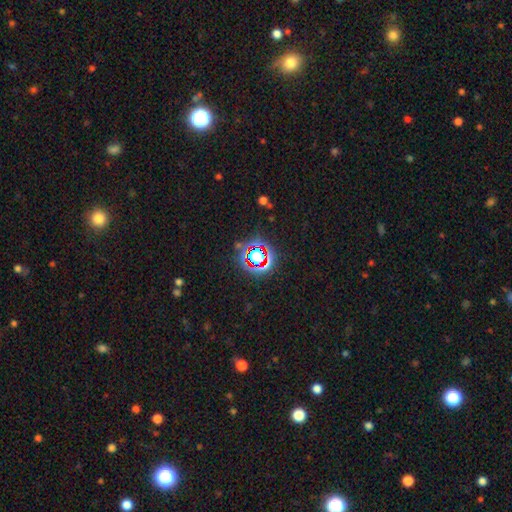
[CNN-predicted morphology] type=star or artifact (69%).